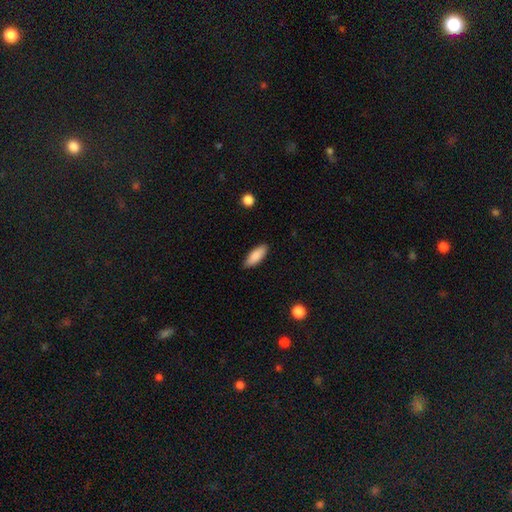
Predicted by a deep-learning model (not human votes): Morphology: type=smooth (87%); roundness=in between (70%); merging=none (87%).